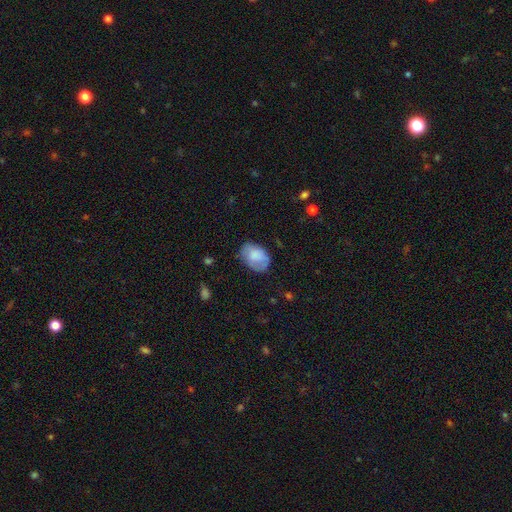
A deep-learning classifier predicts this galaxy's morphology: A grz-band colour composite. It shows a smooth galaxy with no disk features (75%) that is in between round and cigar-shaped (79%). Merging: none (57%).